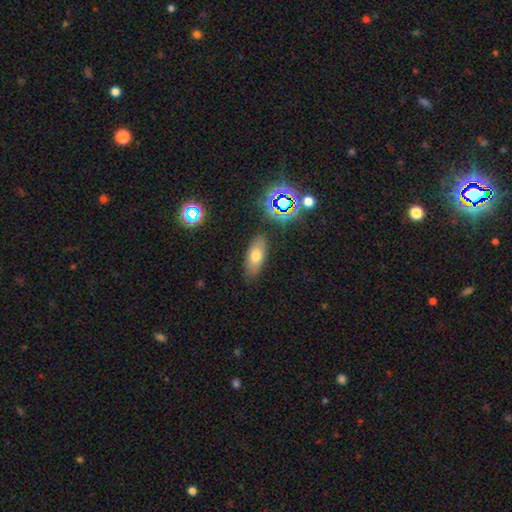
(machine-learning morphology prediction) A smooth galaxy with no disk features (67%) that is in between round and cigar-shaped (84%).

Vote fractions:
- Smooth or featured? smooth: 67% / featured or disk: 20% / star or artifact: 14%
- How rounded? in between: 84% / cigar-shaped: 11% / round: 5%
- Merging? none: 82% / minor disturbance: 12% / major disturbance: 3% / merger: 2%